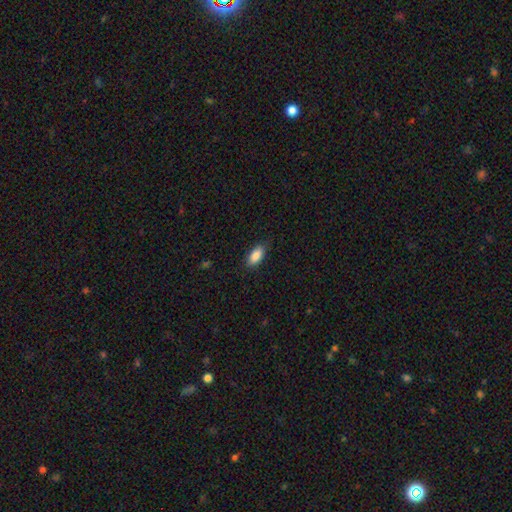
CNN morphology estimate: Q: Smooth or featured?
A: smooth (88%); runner-up: star or artifact (7%)
Q: How rounded?
A: in between (89%); runner-up: cigar-shaped (8%)
Q: Merging?
A: none (85%); runner-up: minor disturbance (12%)